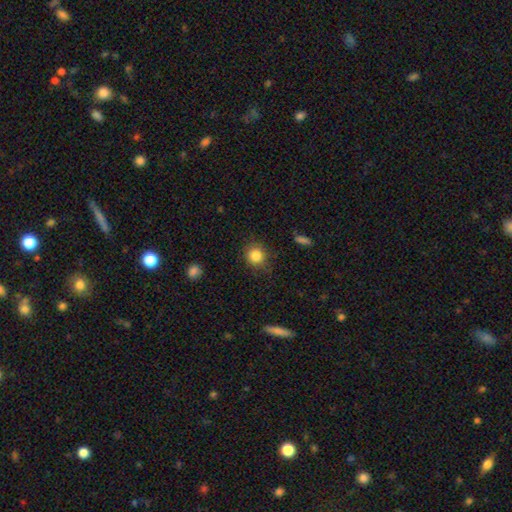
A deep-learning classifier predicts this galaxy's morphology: Smooth or featured? smooth (84%)
How rounded? round (88%)
Merging? none (82%)